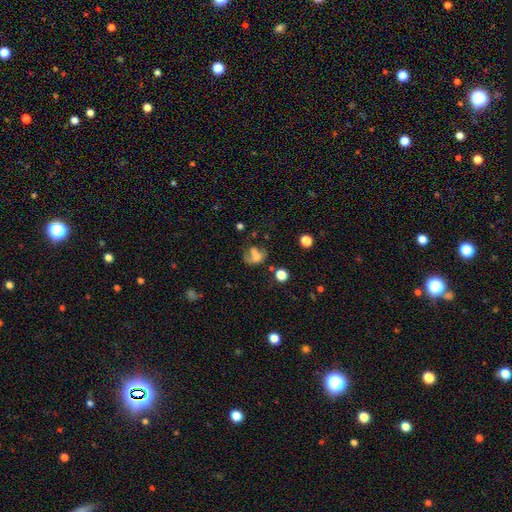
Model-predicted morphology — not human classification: smooth-or-featured: smooth: 55% | featured or disk: 27% | star or artifact: 18%
  how-rounded: in between: 58% | round: 40% | cigar-shaped: 2%
  merging: major disturbance: 30% | none: 28% | merger: 23% | minor disturbance: 19%